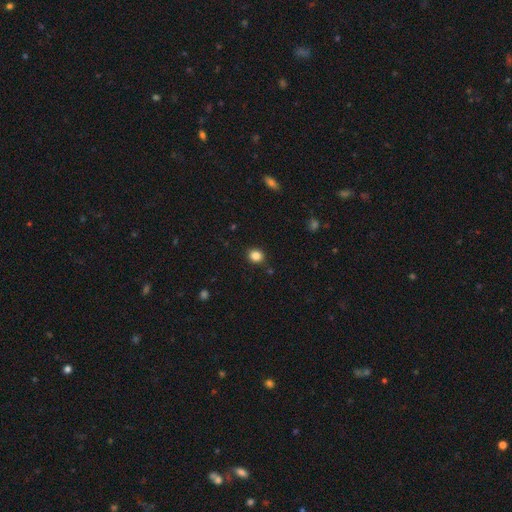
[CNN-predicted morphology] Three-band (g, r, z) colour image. It shows a smooth galaxy with no disk features (85%) that is round (73%). Merging: none (87%).